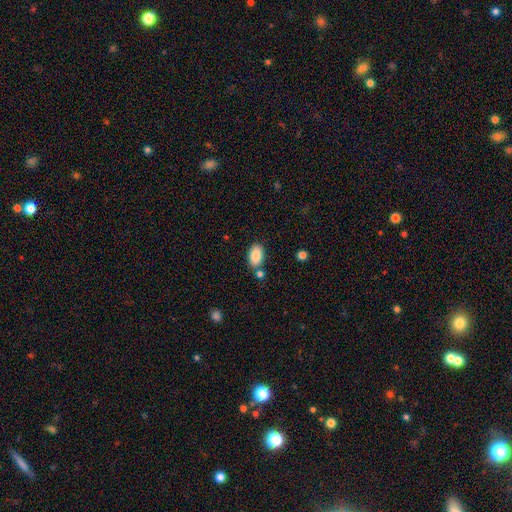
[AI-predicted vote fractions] A smooth galaxy with no disk features (88%) that is in between round and cigar-shaped (93%). Merging: none (75%).